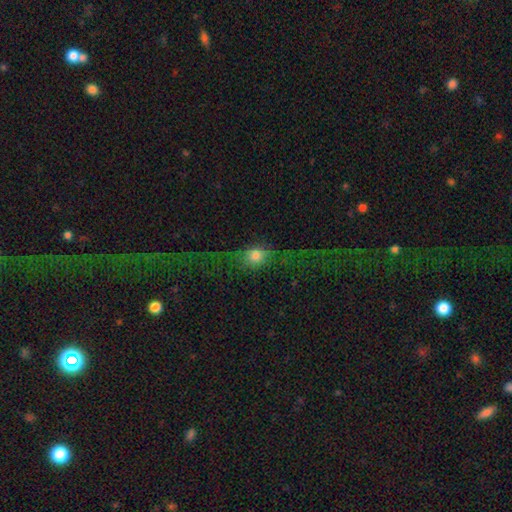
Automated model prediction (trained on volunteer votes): Overall: smooth (63%). How rounded: round (51%; in between 42%). Merging: none (52%; major disturbance 27%).